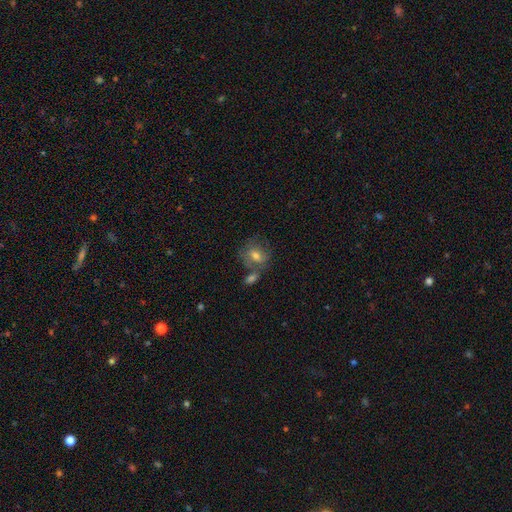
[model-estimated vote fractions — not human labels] Smooth or featured: smooth — 62% (featured or disk — 27%)
How rounded: round — 59% (in between — 39%)
Merging: none — 53% (merger — 24%)